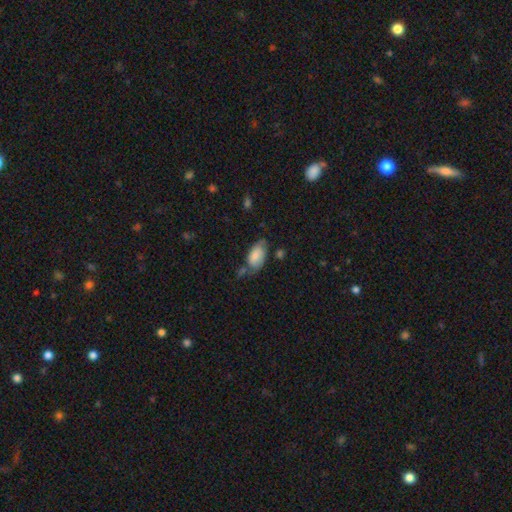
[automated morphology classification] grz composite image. It shows a smooth galaxy with no disk features (76%) that is in between round and cigar-shaped (94%). Merging: none (46%).